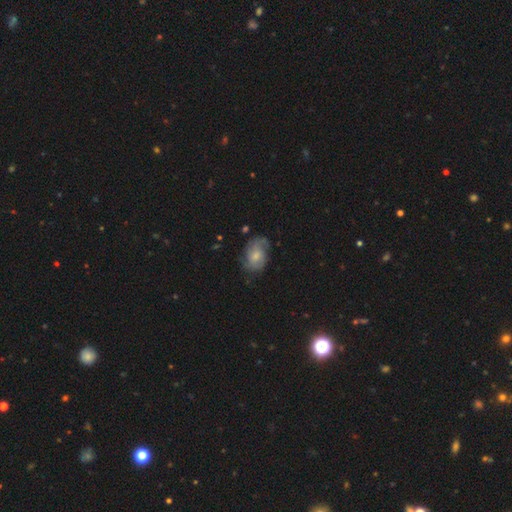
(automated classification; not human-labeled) smooth_or_featured: featured or disk (p=0.53) [alt: smooth p=0.40]
disk_edge_on: no (p=0.97) [alt: yes p=0.03]
bar: no (p=0.71) [alt: weak p=0.26]
has_spiral_arms: yes (p=0.81) [alt: no p=0.19]
bulge_size: moderate (p=0.44) [tied with: small p=0.44]
merging: none (p=0.60) [alt: minor disturbance p=0.26]